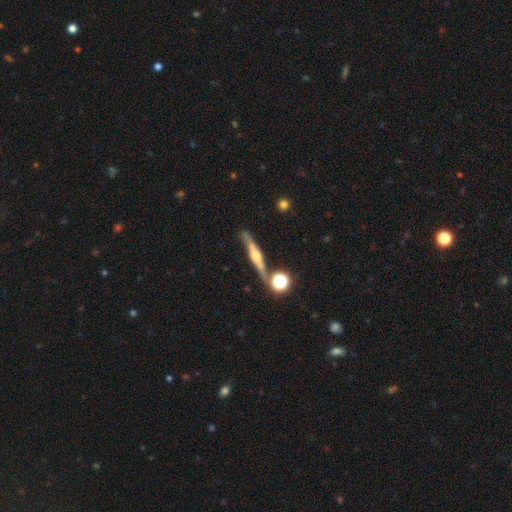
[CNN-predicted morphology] Smooth or featured?
  - featured or disk: 74% *
  - smooth: 18%
  - star or artifact: 8%
Edge-on disk?
  - yes: 94% *
  - no: 6%
Edge-on bulge?
  - rounded: 82% *
  - boxy: 13%
  - none: 5%
Merging?
  - none: 75% *
  - minor disturbance: 13%
  - merger: 8%
  - major disturbance: 4%